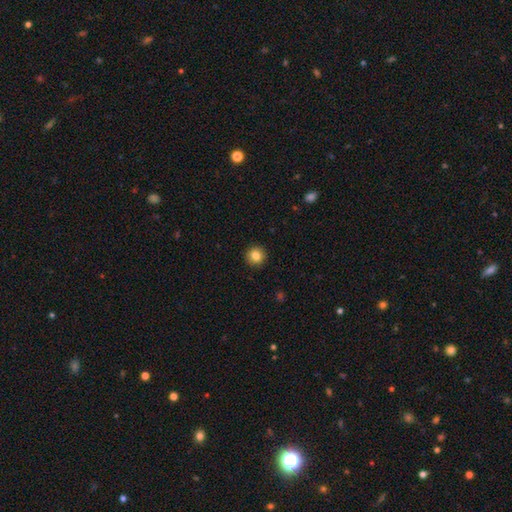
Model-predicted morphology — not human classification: type=smooth (84%); roundness=round (94%); merging=none (92%).